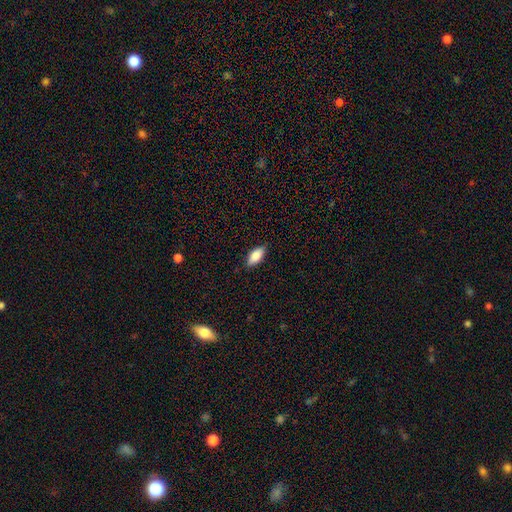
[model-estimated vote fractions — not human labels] This is likely a smooth galaxy (79%). How rounded: clearly in between (85%). Merging: clearly none (86%).